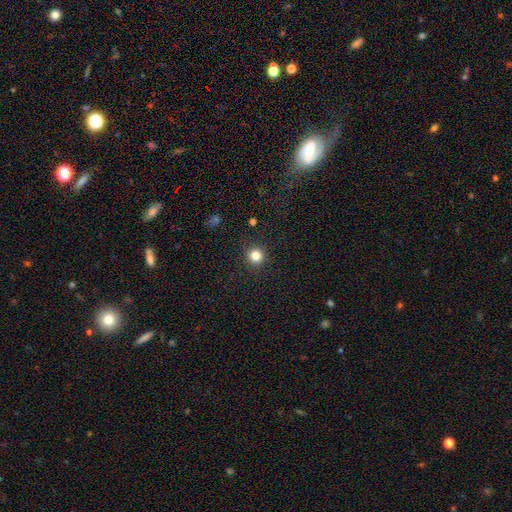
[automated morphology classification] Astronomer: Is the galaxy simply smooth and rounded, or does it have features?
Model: smooth — 83%.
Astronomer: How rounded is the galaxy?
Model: round — 95%.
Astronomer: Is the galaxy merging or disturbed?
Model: none — 91%.